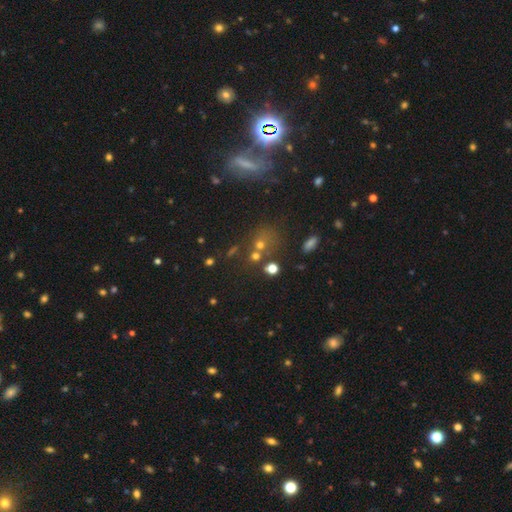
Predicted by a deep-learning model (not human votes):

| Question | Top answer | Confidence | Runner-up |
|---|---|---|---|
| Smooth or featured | star or artifact | 59% | smooth (29%) |